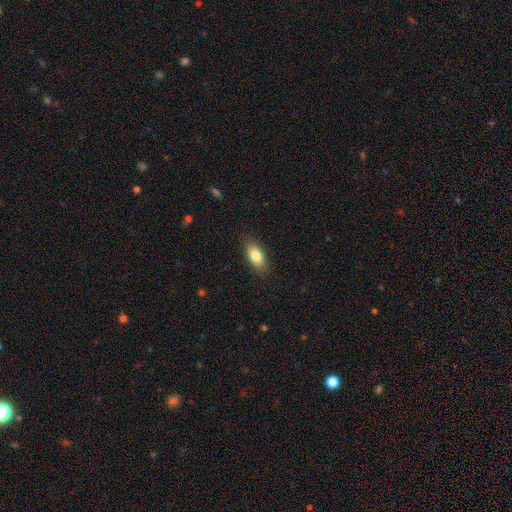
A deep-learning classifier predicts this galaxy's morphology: This is clearly a smooth galaxy (83%). How rounded: clearly in between (88%). Merging: clearly none (87%).